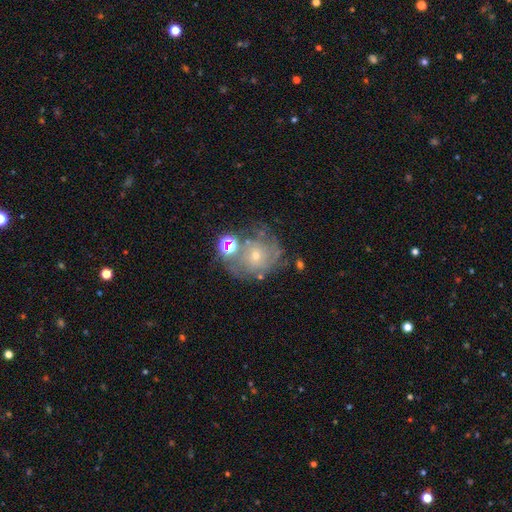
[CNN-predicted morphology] The model was most divided on "spiral arm count": can't tell: 50%, 2: 18%, 3: 14%, 4: 7%, 1: 5%, more than 4: 5%. More confident: edge-on disk — no (97%); bar — no (81%); spiral arms — yes (80%); bulge size — small (71%); smooth or featured — featured or disk (65%); spiral winding — tight (64%); merging — none (58%).